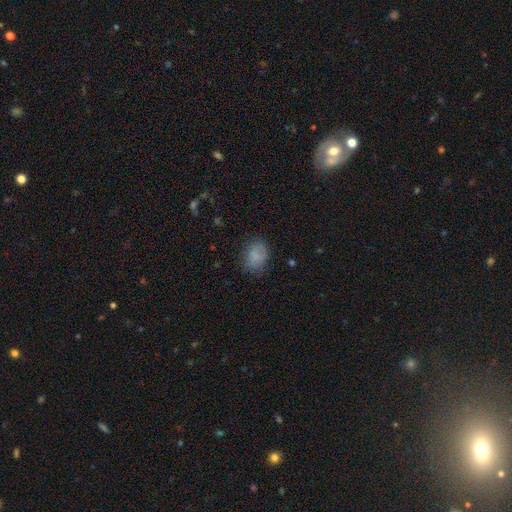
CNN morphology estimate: type=smooth (78%); roundness=in between (63%); merging=none (68%).